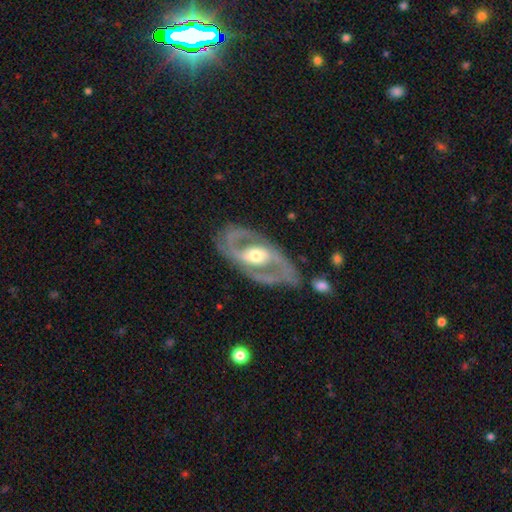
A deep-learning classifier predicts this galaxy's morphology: This is clearly a featured or disk galaxy (86%). It is clearly not viewed edge-on (94%). Bar: marginally no (38%). Spiral arm pattern: clearly yes (83%). Spiral arm count: clearly 2 (87%). Spiral winding: possibly medium (52%). Central bulge: likely moderate (70%). Merging: likely none (78%).